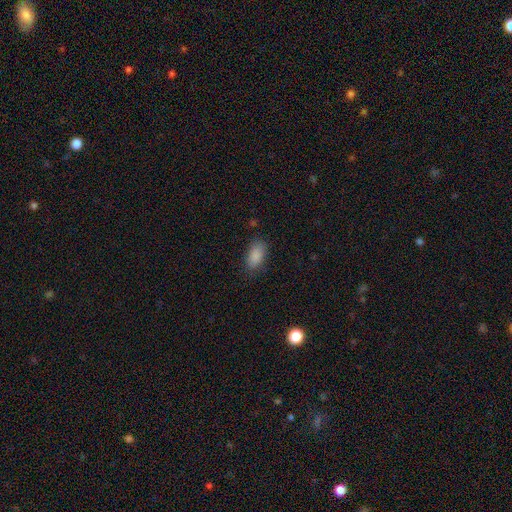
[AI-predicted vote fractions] The model was most divided on "merging": none: 80%, minor disturbance: 15%, major disturbance: 4%, merger: 1%. More confident: how rounded — in between (92%); smooth or featured — smooth (87%).